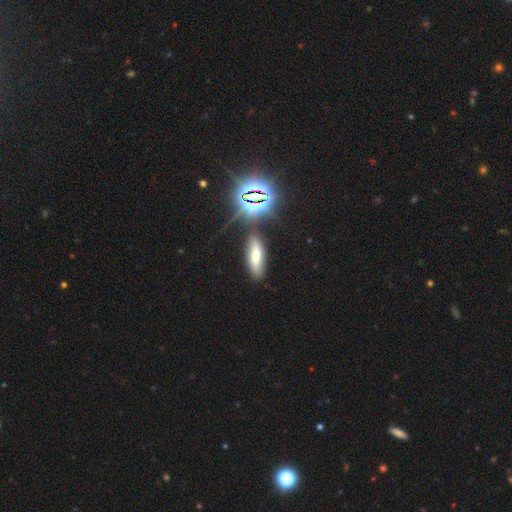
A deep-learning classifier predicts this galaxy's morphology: This is possibly a smooth galaxy (59%). How rounded: possibly in between (54%). Merging: likely none (77%).